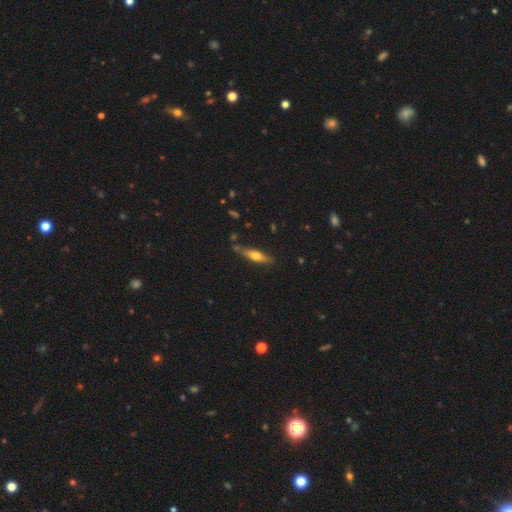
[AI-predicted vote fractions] featured or disk 49%, smooth 45%, star or artifact 7%. Down the decision tree: merging — none (76%).